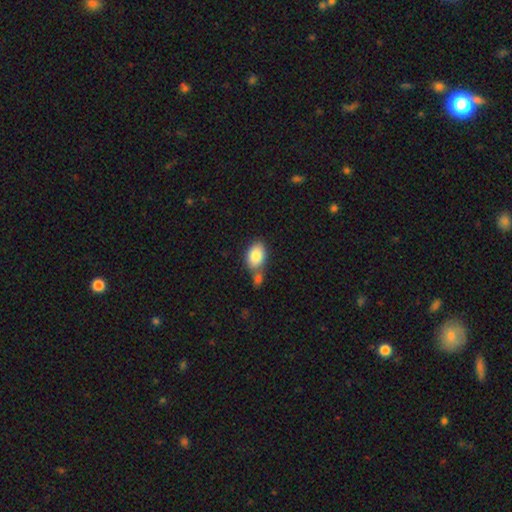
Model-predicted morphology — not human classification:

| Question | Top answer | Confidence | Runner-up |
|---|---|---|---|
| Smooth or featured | smooth | 84% | featured or disk (9%) |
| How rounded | in between | 86% | round (13%) |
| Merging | none | 47% | merger (35%) |